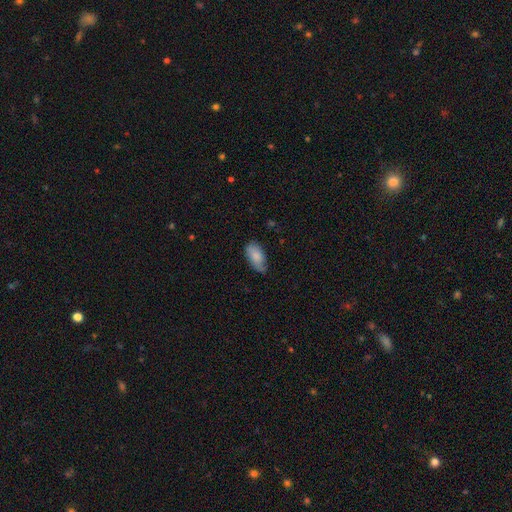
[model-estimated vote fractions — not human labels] Overall: smooth (79%). How rounded: in between (93%). Merging: none (60%; minor disturbance 32%).